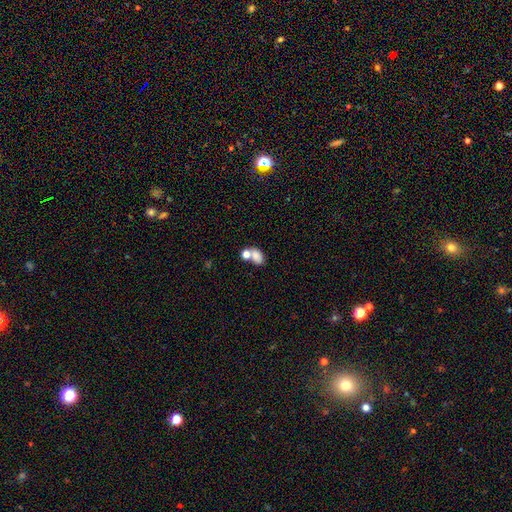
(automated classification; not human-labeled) Smooth or featured? smooth (77%)
How rounded? in between (78%)
Merging? merger (47%)